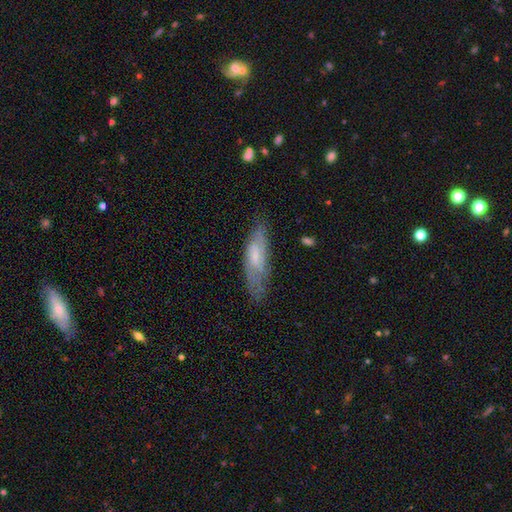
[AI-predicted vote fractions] smooth-or-featured: featured or disk: 50% | smooth: 42% | star or artifact: 7%
  disk-edge-on: no: 67% | yes: 33%
  merging: none: 66% | minor disturbance: 24% | major disturbance: 8% | merger: 2%